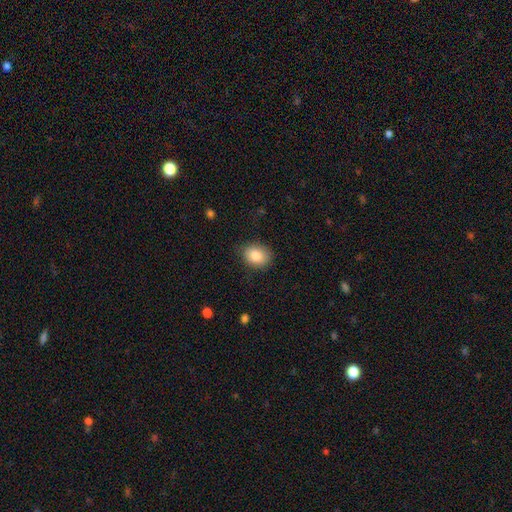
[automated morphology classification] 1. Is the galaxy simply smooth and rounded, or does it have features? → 84% smooth, 8% star or artifact, 8% featured or disk.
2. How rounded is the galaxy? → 54% in between, 45% round, 1% cigar-shaped.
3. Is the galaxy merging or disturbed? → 81% none, 15% minor disturbance, 3% major disturbance, 1% merger.